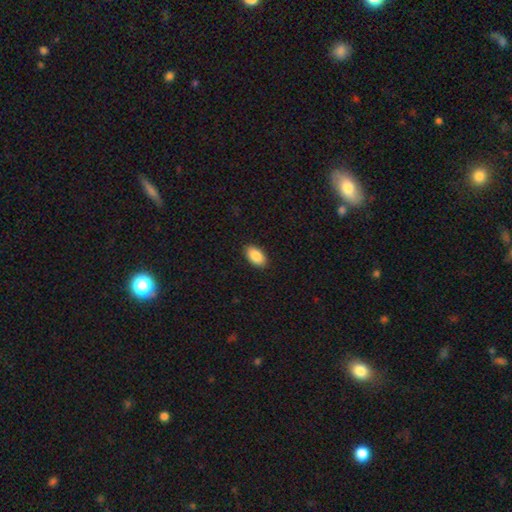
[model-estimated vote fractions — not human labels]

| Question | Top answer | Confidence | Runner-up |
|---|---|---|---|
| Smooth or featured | smooth | 89% | star or artifact (7%) |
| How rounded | in between | 94% | round (4%) |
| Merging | none | 90% | minor disturbance (8%) |